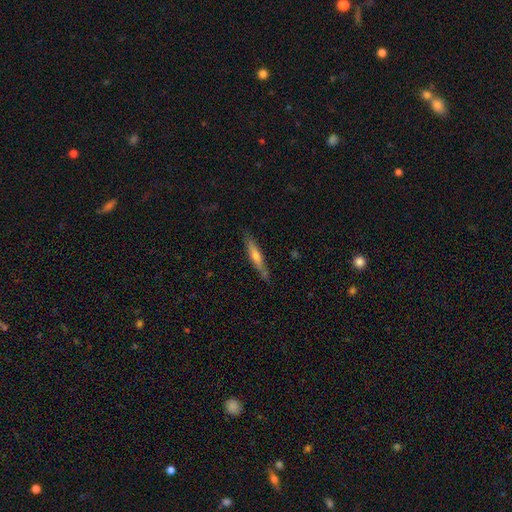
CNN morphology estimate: Q: Smooth or featured?
A: featured or disk (49%); runner-up: smooth (44%)
Q: Merging?
A: none (81%); runner-up: minor disturbance (14%)